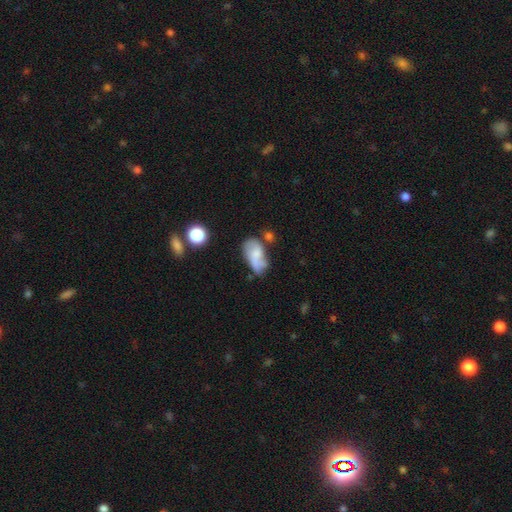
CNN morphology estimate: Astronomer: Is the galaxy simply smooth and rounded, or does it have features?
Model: smooth — 55% (runner-up: featured or disk, 36%).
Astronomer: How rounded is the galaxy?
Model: in between — 89%.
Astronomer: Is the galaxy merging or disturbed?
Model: none — 34% (runner-up: minor disturbance, 28%).